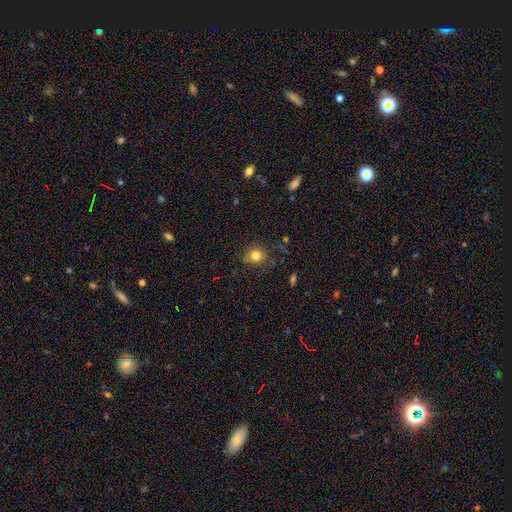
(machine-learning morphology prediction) This appears to be a smooth galaxy with no disk features (80%) that is round (83%). Merging: none (78%).